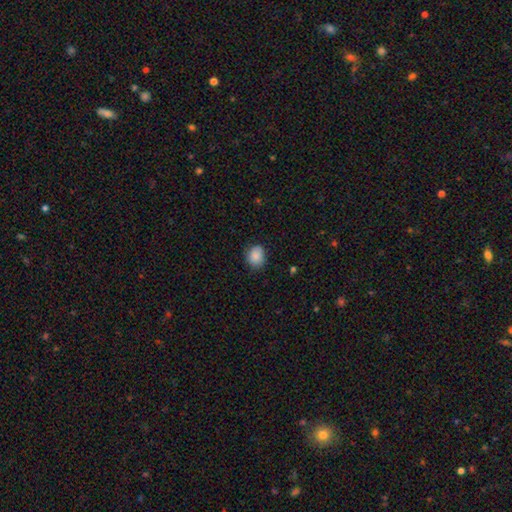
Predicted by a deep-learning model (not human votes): Q: Smooth or featured?
A: smooth (88%); runner-up: star or artifact (8%)
Q: How rounded?
A: round (57%); runner-up: in between (42%)
Q: Merging?
A: none (78%); runner-up: minor disturbance (17%)